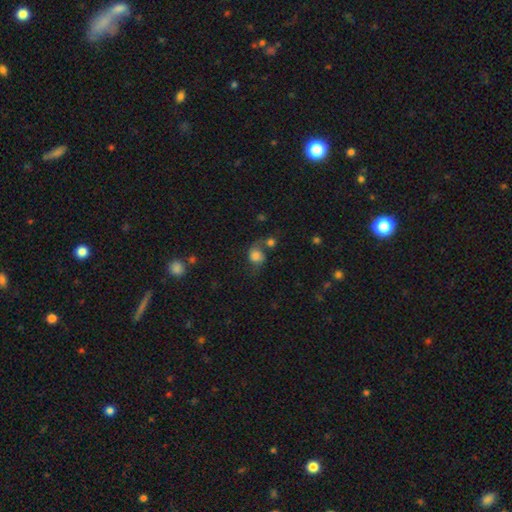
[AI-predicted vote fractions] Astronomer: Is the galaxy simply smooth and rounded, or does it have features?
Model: smooth — 66%.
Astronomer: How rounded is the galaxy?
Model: round — 66%.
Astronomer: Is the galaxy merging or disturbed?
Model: none — 36% (runner-up: merger, 24%).